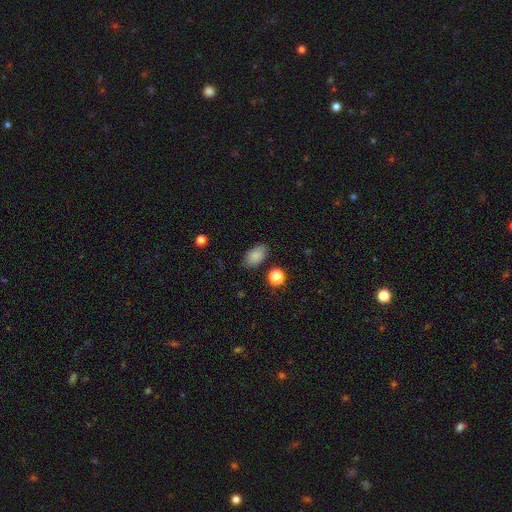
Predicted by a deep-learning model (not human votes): Smooth or featured? Predicted: smooth (p=0.83). How rounded? Predicted: in between (p=0.90). Merging? Predicted: none (p=0.81).